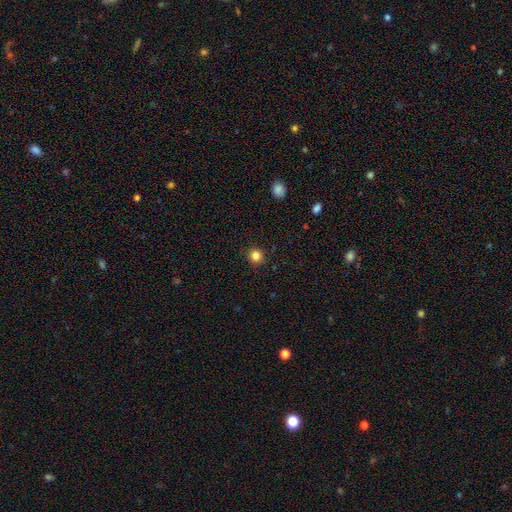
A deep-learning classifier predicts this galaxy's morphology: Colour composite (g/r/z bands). It shows a smooth galaxy with no disk features (84%) that is round (94%). Merging: none (92%).